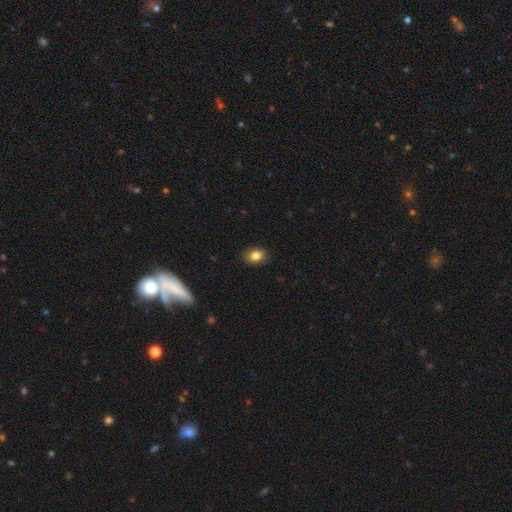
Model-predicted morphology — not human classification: smooth-or-featured: smooth: 84% | star or artifact: 9% | featured or disk: 7%
  how-rounded: in between: 72% | round: 26% | cigar-shaped: 1%
  merging: none: 88% | minor disturbance: 9% | major disturbance: 2% | merger: 1%